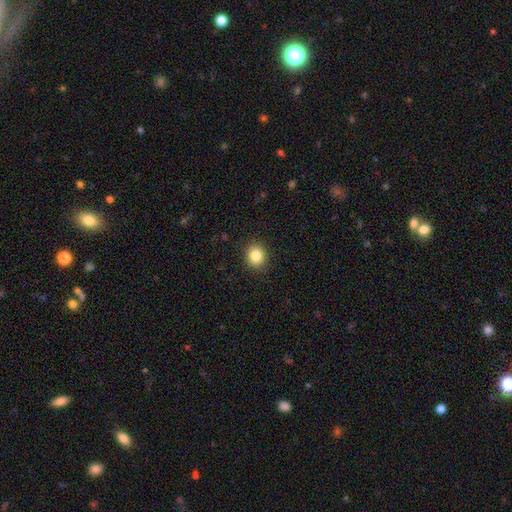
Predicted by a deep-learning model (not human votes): A smooth galaxy with no disk features (84%) that is round (79%). Merging: none (90%).